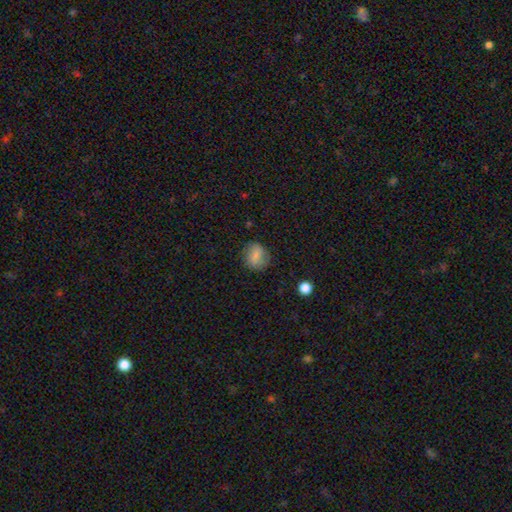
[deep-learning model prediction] Smooth or featured? smooth (78%)
How rounded? round (69%)
Merging? none (80%)